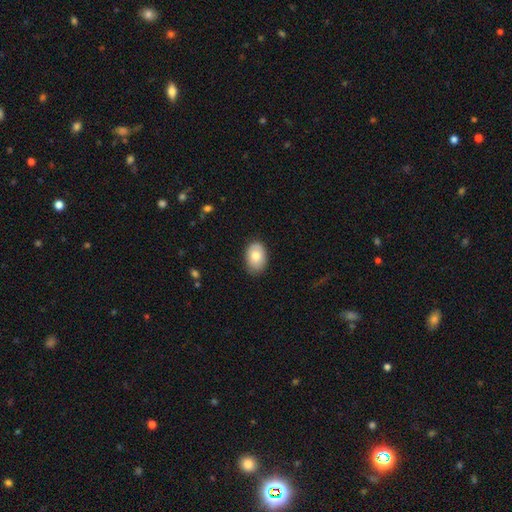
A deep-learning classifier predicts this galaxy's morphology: smooth 79%, featured or disk 14%, star or artifact 7%. Down the decision tree: how rounded — in between (85%); merging — none (80%).